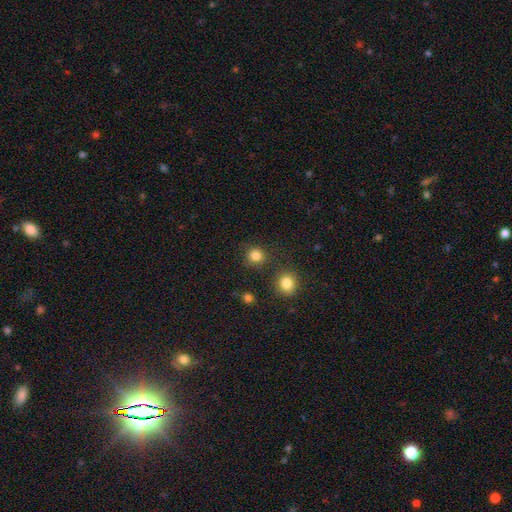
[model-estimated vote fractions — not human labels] The model was most divided on "smooth or featured": smooth: 83%, star or artifact: 13%, featured or disk: 4%. More confident: how rounded — round (90%); merging — none (82%).